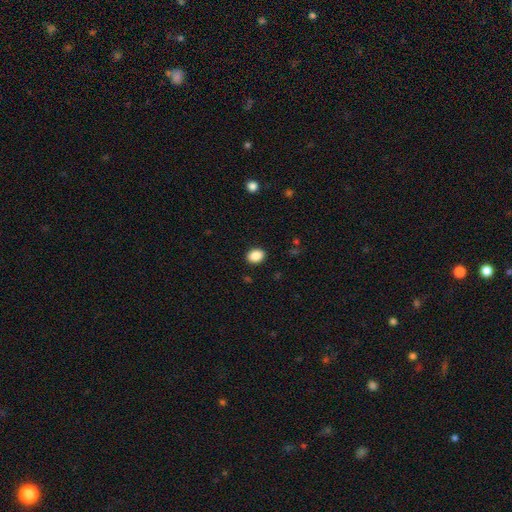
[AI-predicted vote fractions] A smooth galaxy with no disk features (88%) that is in between round and cigar-shaped (58%).

Vote fractions:
- Smooth or featured? smooth: 88% / star or artifact: 8% / featured or disk: 3%
- How rounded? in between: 58% / round: 41% / cigar-shaped: 1%
- Merging? none: 90% / minor disturbance: 7% / major disturbance: 2% / merger: 1%